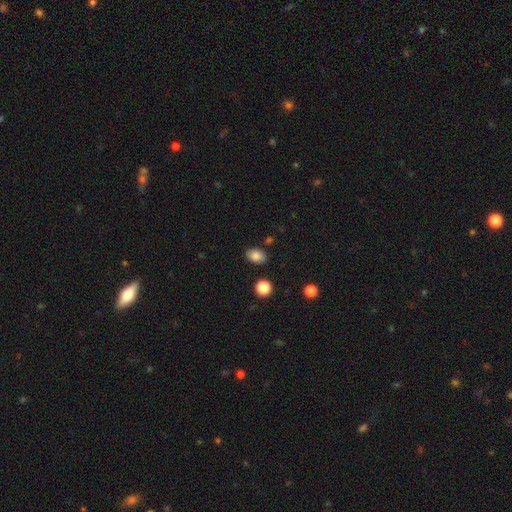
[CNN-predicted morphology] type=smooth (84%); roundness=in between (81%); merging=none (84%).